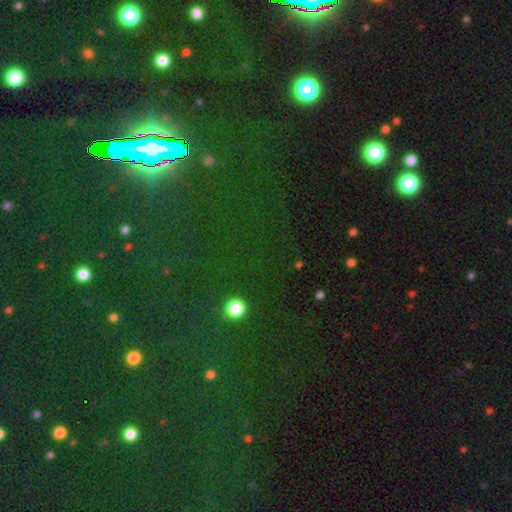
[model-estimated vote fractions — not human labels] This appears to be a star or artifact, not a galaxy (73%).